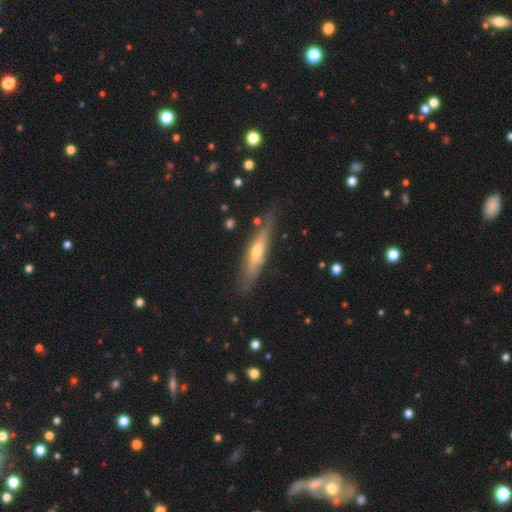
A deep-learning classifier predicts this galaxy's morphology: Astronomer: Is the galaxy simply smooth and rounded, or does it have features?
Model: featured or disk — 61%.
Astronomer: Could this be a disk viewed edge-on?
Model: yes — 85%.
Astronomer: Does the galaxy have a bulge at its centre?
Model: rounded — 82%.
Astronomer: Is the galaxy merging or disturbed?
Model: none — 79%.